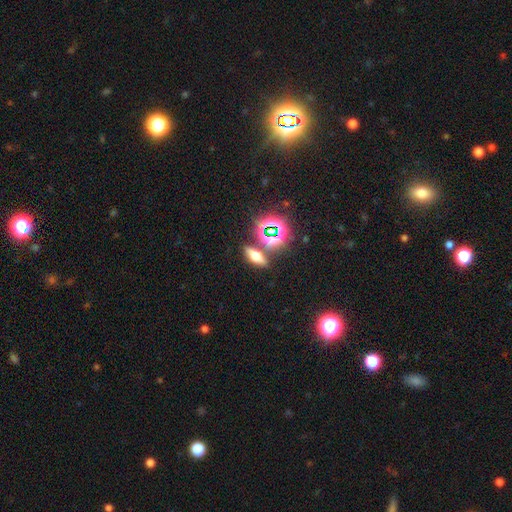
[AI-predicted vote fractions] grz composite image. It shows a smooth galaxy with no disk features (47%). Merging: none (77%).